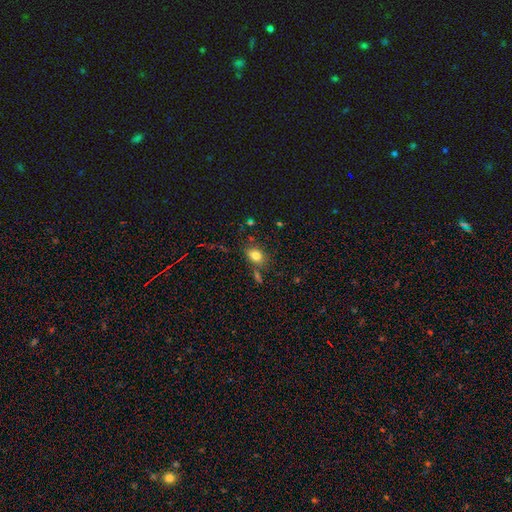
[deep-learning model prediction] Smooth or featured: smooth — 80% (star or artifact — 11%)
How rounded: in between — 69% (round — 30%)
Merging: none — 70% (minor disturbance — 16%)